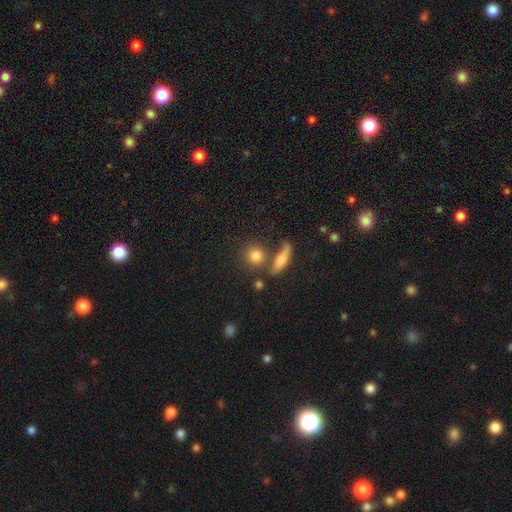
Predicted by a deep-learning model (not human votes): Smooth or featured: smooth — 80% (featured or disk — 10%)
How rounded: round — 78% (in between — 16%)
Merging: none — 67% (merger — 18%)